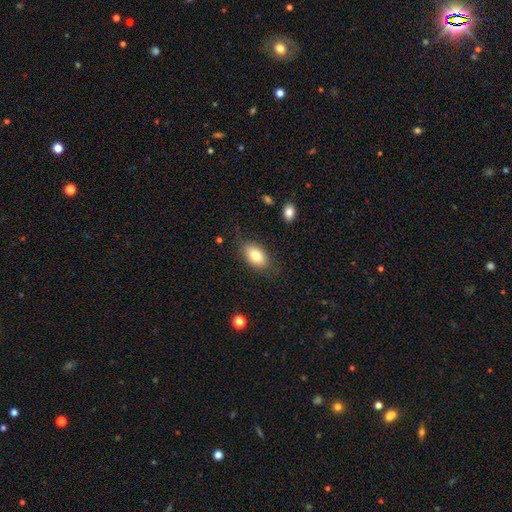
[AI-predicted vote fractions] smooth_or_featured: smooth (p=0.80) [alt: featured or disk p=0.13]
how_rounded: in between (p=0.90) [alt: round p=0.07]
merging: none (p=0.80) [alt: minor disturbance p=0.15]